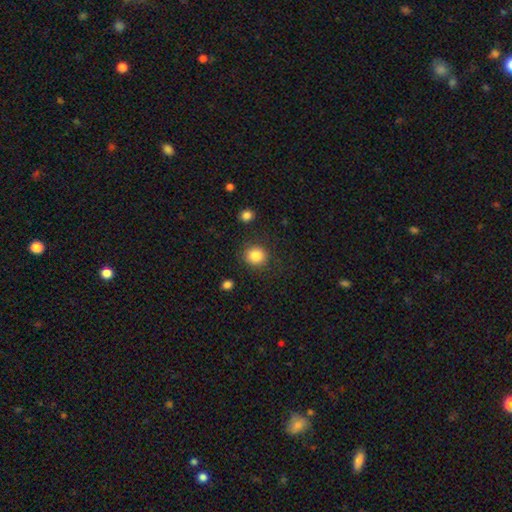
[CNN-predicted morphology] This appears to be a smooth galaxy with no disk features (85%) that is round (83%). Merging: none (86%).